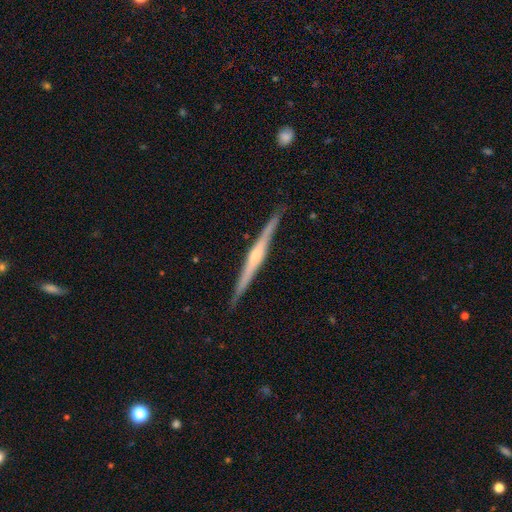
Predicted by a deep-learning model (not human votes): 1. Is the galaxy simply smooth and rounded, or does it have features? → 81% featured or disk, 14% smooth, 5% star or artifact.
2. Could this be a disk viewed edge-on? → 98% yes, 2% no.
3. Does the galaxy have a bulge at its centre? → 70% rounded, 15% boxy, 15% none.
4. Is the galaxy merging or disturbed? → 89% none, 8% minor disturbance, 2% major disturbance, 1% merger.